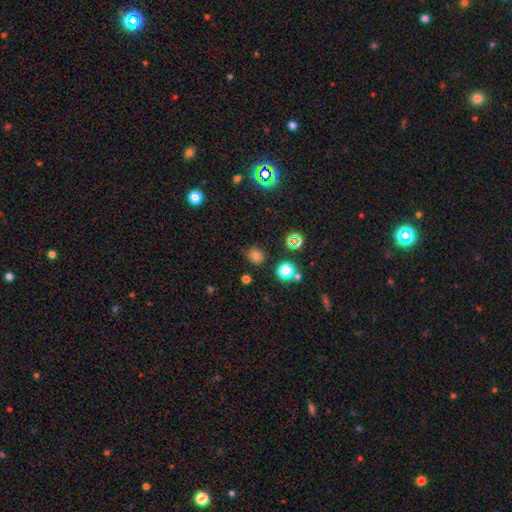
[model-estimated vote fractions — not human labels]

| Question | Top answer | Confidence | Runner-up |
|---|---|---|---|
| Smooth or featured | smooth | 72% | star or artifact (22%) |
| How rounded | round | 74% | in between (25%) |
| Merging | none | 78% | minor disturbance (15%) |